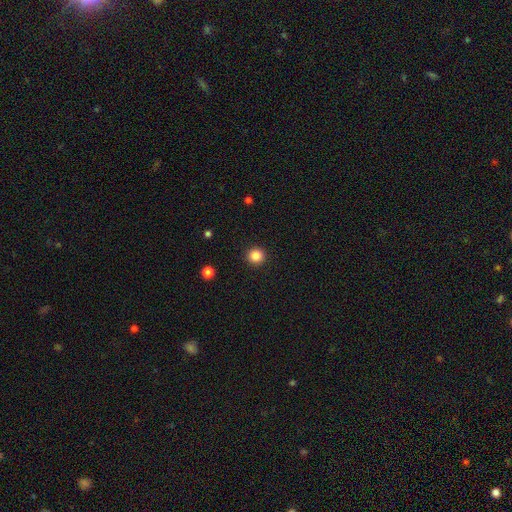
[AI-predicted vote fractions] Overall: smooth (85%). How rounded: round (95%). Merging: none (93%).